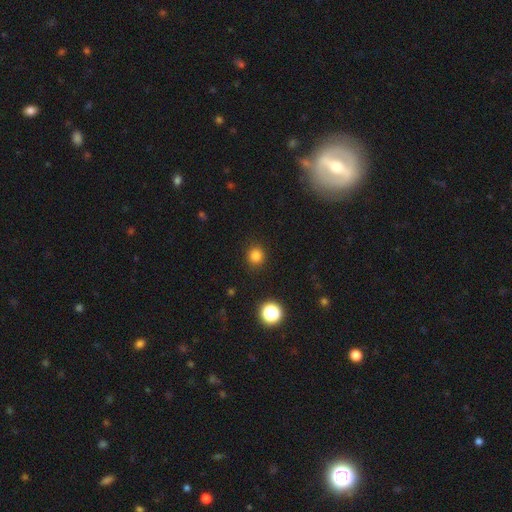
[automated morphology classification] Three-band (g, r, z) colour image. It shows a smooth galaxy with no disk features (81%) that is round (90%). Merging: none (90%).